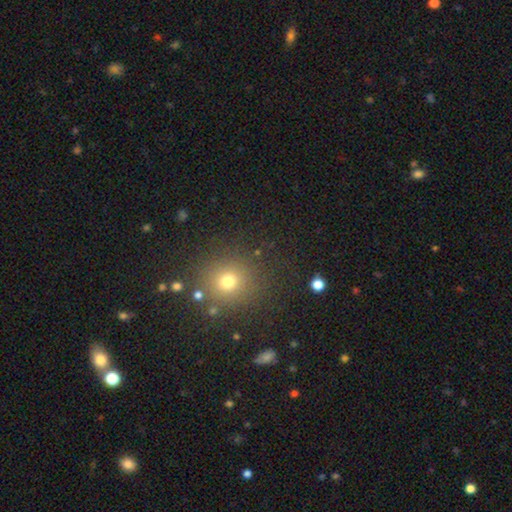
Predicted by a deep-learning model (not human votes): Smooth or featured? smooth (56%)
How rounded? round (91%)
Merging? none (87%)